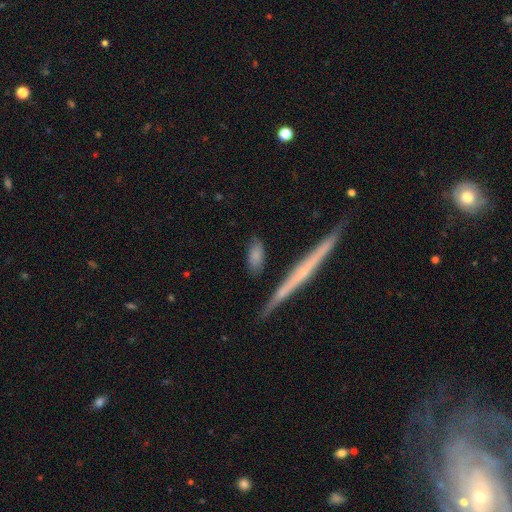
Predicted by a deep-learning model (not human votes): This is likely a smooth galaxy (76%). How rounded: likely in between (74%). Merging: likely none (75%).